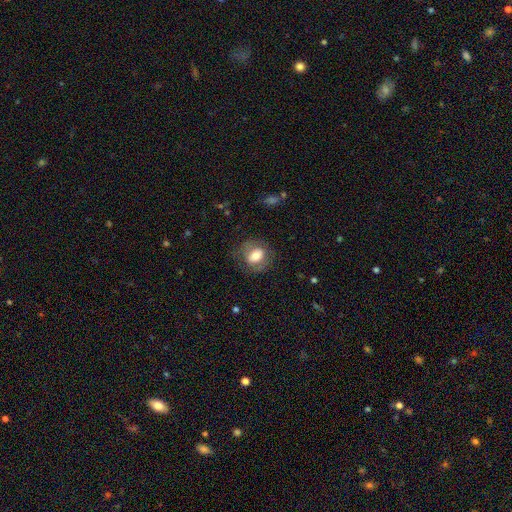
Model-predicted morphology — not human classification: Q: Smooth or featured?
A: smooth (64%); runner-up: featured or disk (28%)
Q: How rounded?
A: round (49%); tied with: in between (49%)
Q: Merging?
A: none (72%); runner-up: minor disturbance (17%)